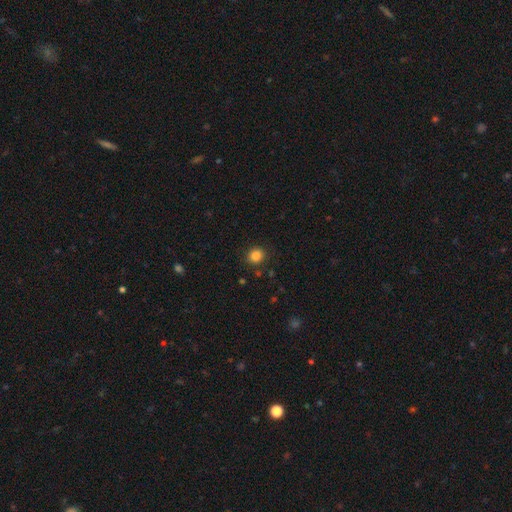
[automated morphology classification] Overall: smooth (85%). How rounded: round (77%). Merging: none (88%).